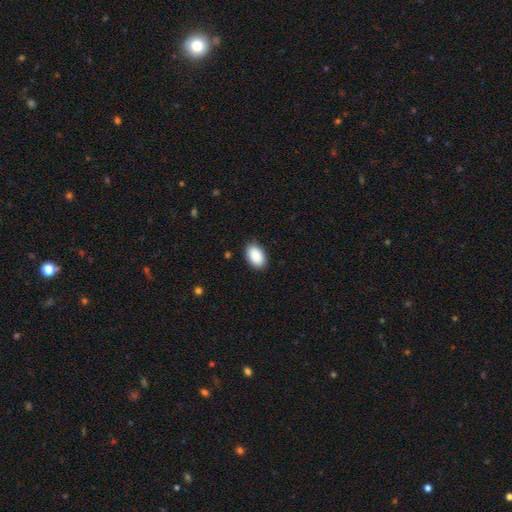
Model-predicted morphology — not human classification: Smooth or featured? smooth (91%)
How rounded? in between (93%)
Merging? none (89%)